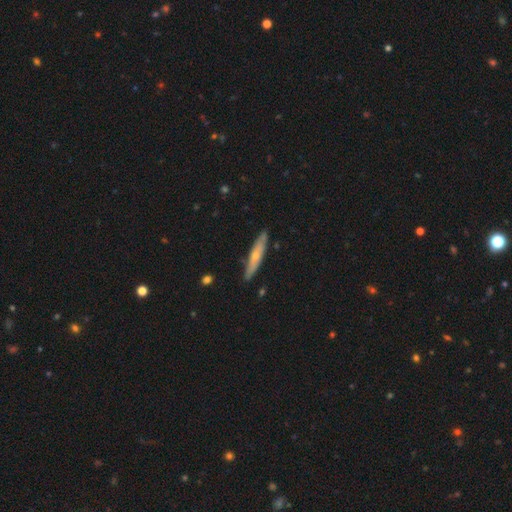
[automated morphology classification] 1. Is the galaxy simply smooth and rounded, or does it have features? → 49% featured or disk, 45% smooth, 6% star or artifact.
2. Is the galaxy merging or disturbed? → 85% none, 12% minor disturbance, 2% major disturbance, 2% merger.